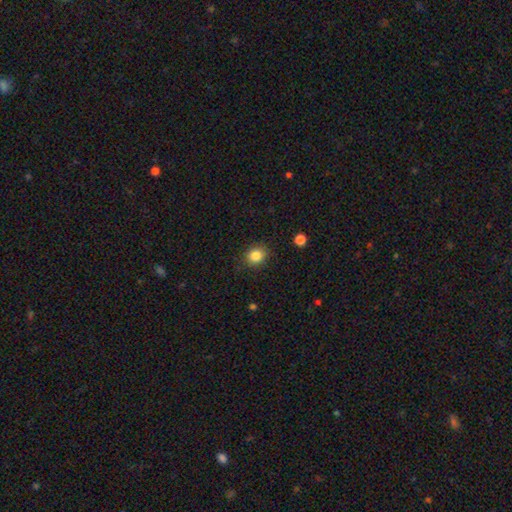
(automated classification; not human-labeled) smooth 84%, star or artifact 11%, featured or disk 5%. Down the decision tree: how rounded — round (72%); merging — none (87%).